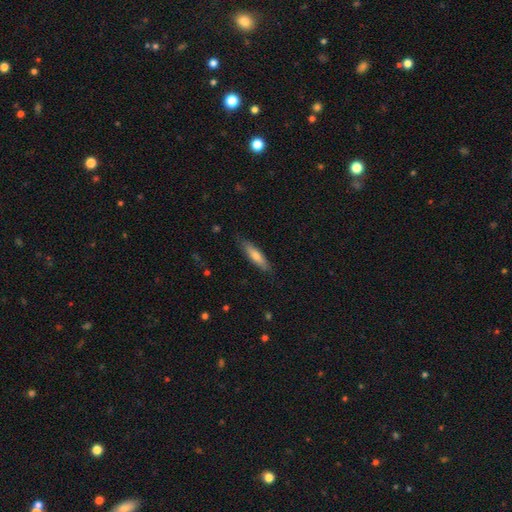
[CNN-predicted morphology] type=smooth (64%); roundness=cigar-shaped (77%); merging=none (85%).